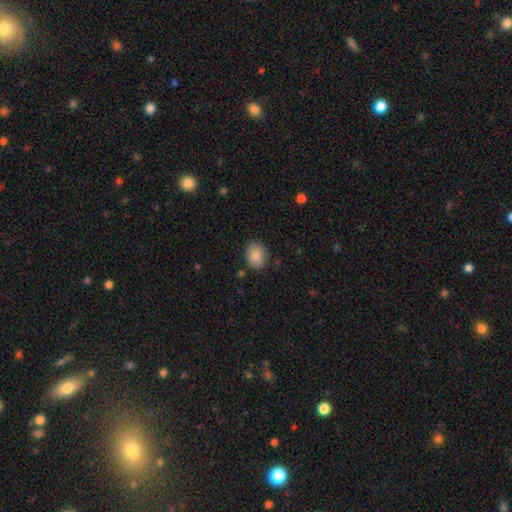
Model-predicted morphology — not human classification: smooth-or-featured: smooth: 89% | star or artifact: 7% | featured or disk: 4%
  how-rounded: in between: 61% | round: 38% | cigar-shaped: 1%
  merging: none: 84% | minor disturbance: 12% | major disturbance: 3% | merger: 2%